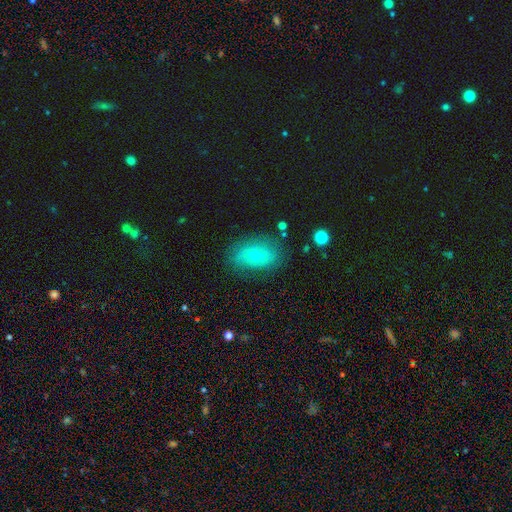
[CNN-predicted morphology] Q: Smooth or featured?
A: smooth (47%); runner-up: featured or disk (43%)
Q: Merging?
A: none (74%); runner-up: minor disturbance (18%)